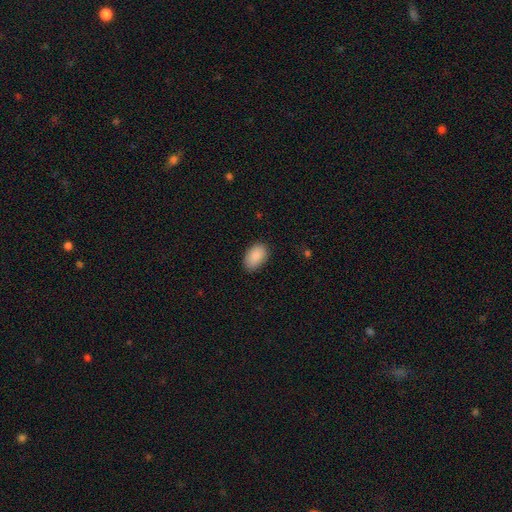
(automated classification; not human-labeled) Morphology: type=smooth (90%); roundness=in between (92%); merging=none (84%).